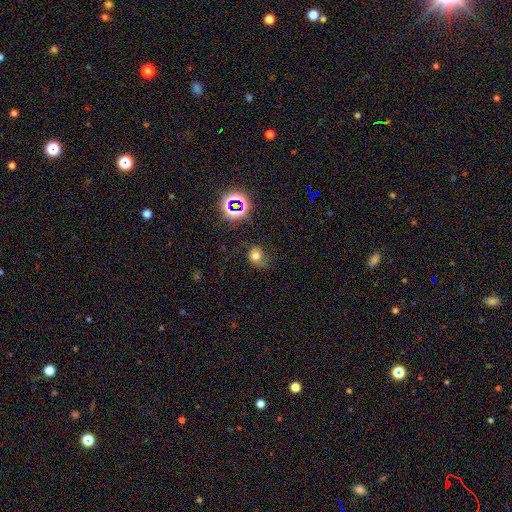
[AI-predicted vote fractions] A smooth galaxy with no disk features (62%) that is round (64%). Merging: none (56%).